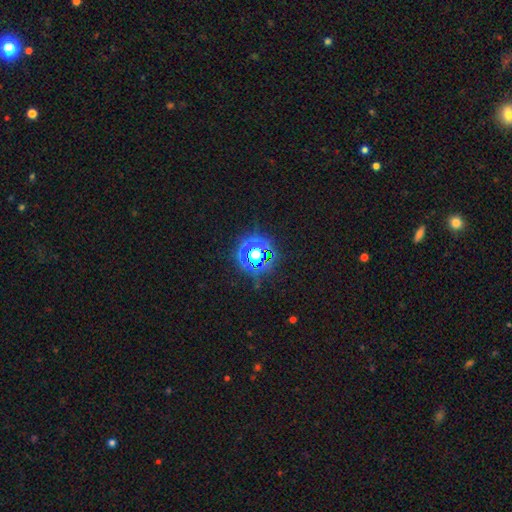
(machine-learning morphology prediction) Overall: star or artifact (66%).